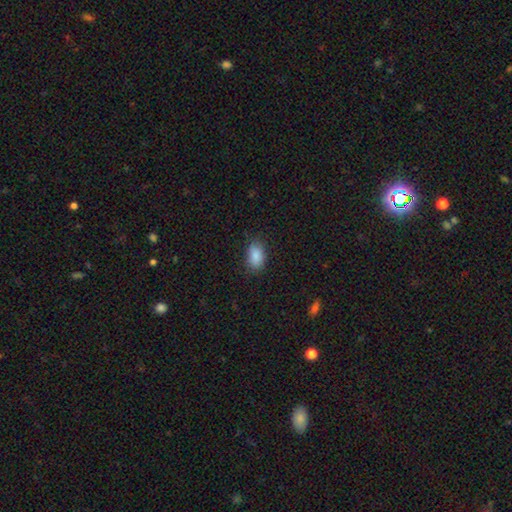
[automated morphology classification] Smooth or featured? smooth (88%)
How rounded? in between (90%)
Merging? none (82%)